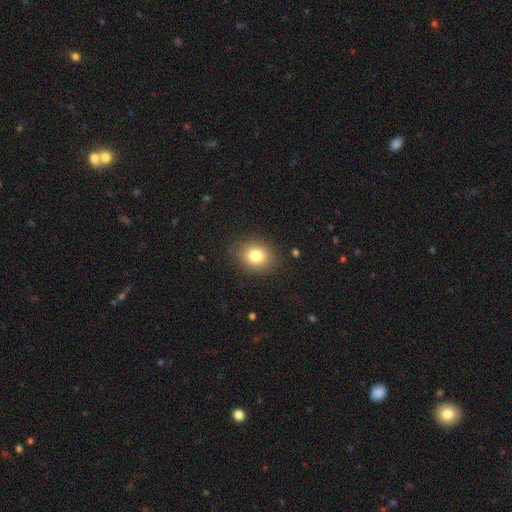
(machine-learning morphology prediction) Smooth or featured? Predicted: smooth (p=0.80). How rounded? Predicted: round (p=0.58). Merging? Predicted: none (p=0.86).